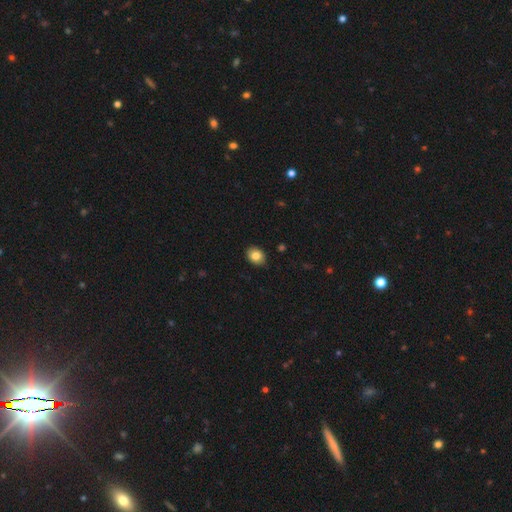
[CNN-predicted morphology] This is clearly a smooth galaxy (84%). How rounded: possibly in between (60%). Merging: clearly none (89%).